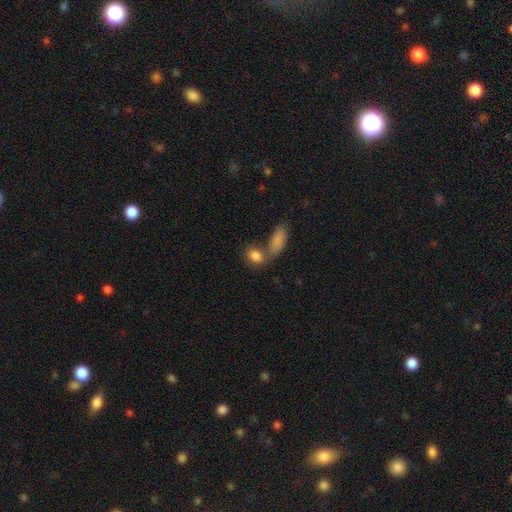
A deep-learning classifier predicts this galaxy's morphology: This is clearly a smooth galaxy (84%). How rounded: likely in between (73%). Merging: possibly none (45%).